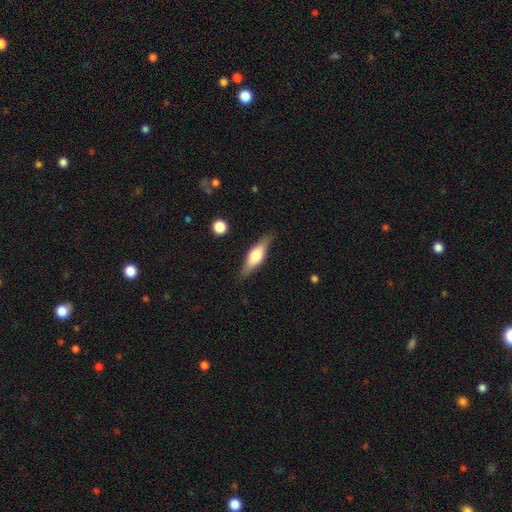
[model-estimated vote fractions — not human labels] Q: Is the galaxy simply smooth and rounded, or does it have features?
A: smooth — 49%.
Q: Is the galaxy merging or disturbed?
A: none — 84%.